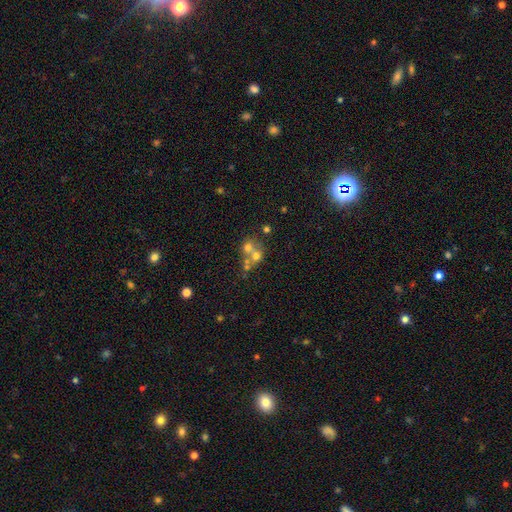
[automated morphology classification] Smooth or featured? Predicted: smooth (p=0.53). How rounded? Predicted: round (p=0.76). Merging? Predicted: merger (p=0.58).